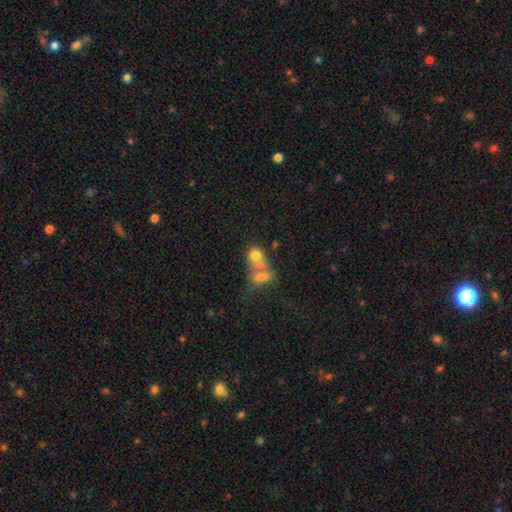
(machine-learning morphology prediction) This is likely a smooth galaxy (70%). How rounded: possibly round (55%). Merging: likely merger (64%).